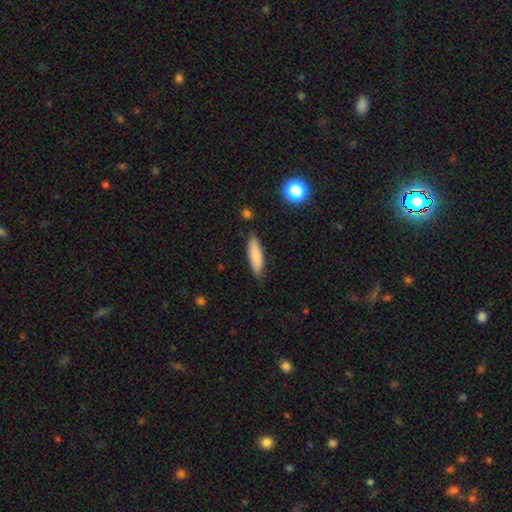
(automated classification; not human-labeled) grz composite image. It shows a smooth galaxy with no disk features (84%) that is cigar-shaped (56%). Merging: none (81%).